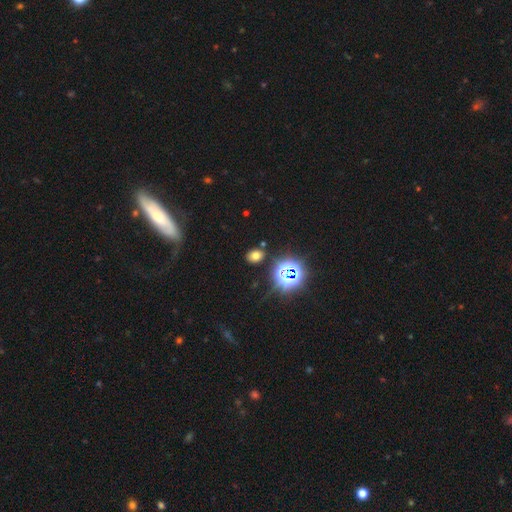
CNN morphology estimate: Smooth or featured? Predicted: smooth (p=0.63). How rounded? Predicted: in between (p=0.68). Merging? Predicted: none (p=0.85).